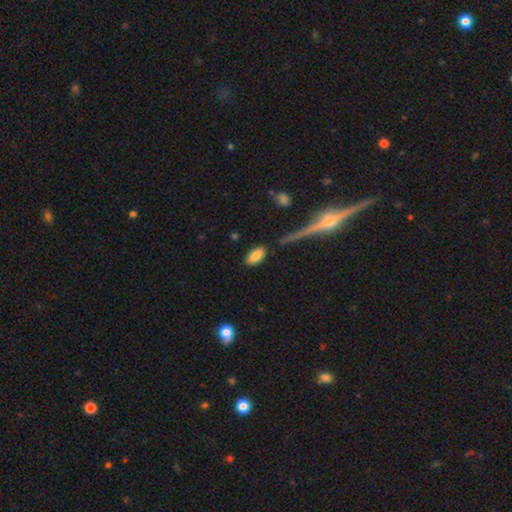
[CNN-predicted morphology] Smooth or featured?
  - smooth: 86% *
  - featured or disk: 7%
  - star or artifact: 7%
How rounded?
  - in between: 94% *
  - cigar-shaped: 3%
  - round: 3%
Merging?
  - none: 83% *
  - minor disturbance: 11%
  - major disturbance: 3%
  - merger: 3%